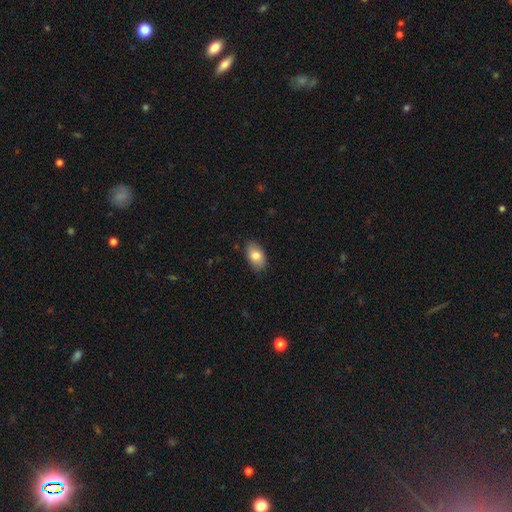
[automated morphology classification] type=smooth (81%); roundness=in between (92%); merging=none (85%).